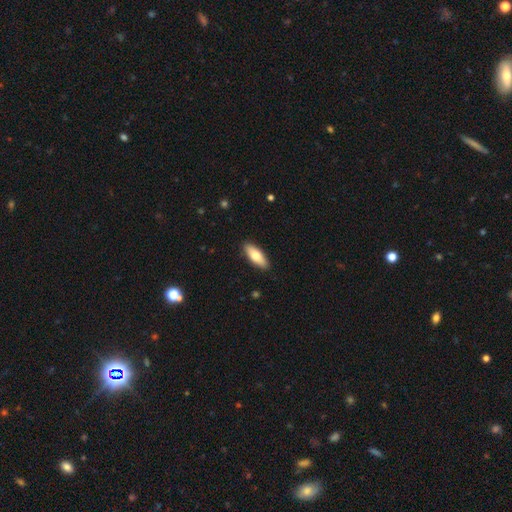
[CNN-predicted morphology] Smooth or featured? smooth (70%)
How rounded? in between (66%)
Merging? none (90%)